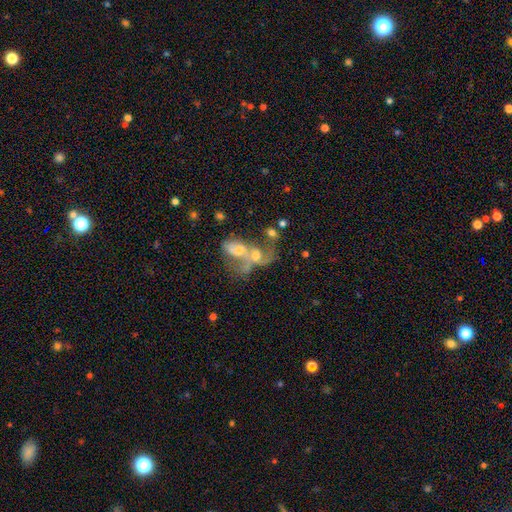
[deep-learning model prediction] A featured or disk galaxy (56%) with no bar (69%), spiral arms (62%) and a moderate central bulge (51%).

Vote fractions:
- Smooth or featured? featured or disk: 56% / smooth: 32% / star or artifact: 11%
- Edge-on disk? no: 96% / yes: 4%
- Bar? no: 69% / weak: 25% / strong: 6%
- Spiral arms? yes: 62% / no: 38%
- Bulge size? moderate: 51% / small: 24% / large: 12% / none: 10% / dominant: 2%
- Merging? merger: 78% / major disturbance: 10% / none: 8% / minor disturbance: 4%